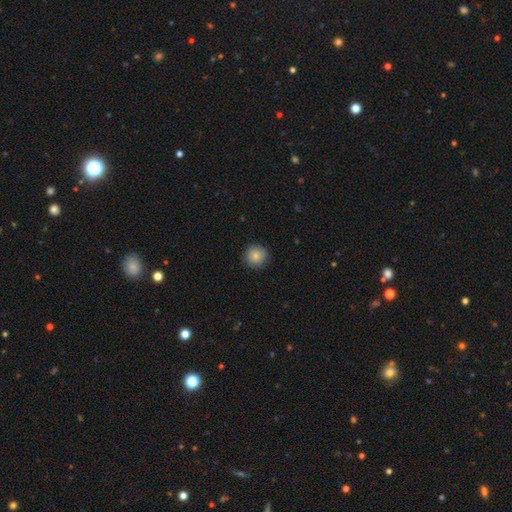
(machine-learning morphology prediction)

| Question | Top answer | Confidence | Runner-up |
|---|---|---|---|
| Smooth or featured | smooth | 84% | star or artifact (9%) |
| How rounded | round | 94% | in between (5%) |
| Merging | none | 87% | minor disturbance (10%) |